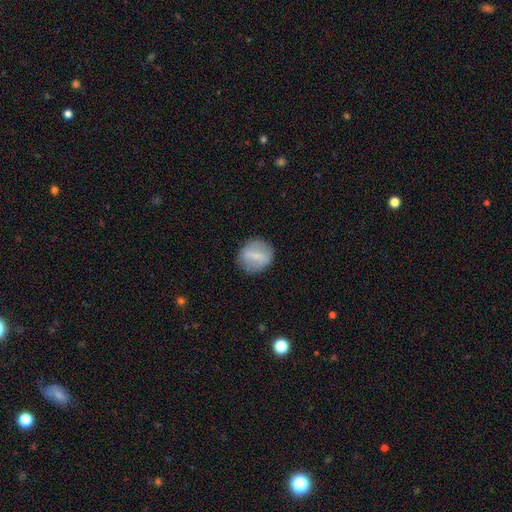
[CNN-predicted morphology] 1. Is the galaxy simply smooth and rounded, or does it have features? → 59% smooth, 33% featured or disk, 8% star or artifact.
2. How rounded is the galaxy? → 72% round, 26% in between, 2% cigar-shaped.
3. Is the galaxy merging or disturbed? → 80% none, 14% minor disturbance, 5% major disturbance, 1% merger.